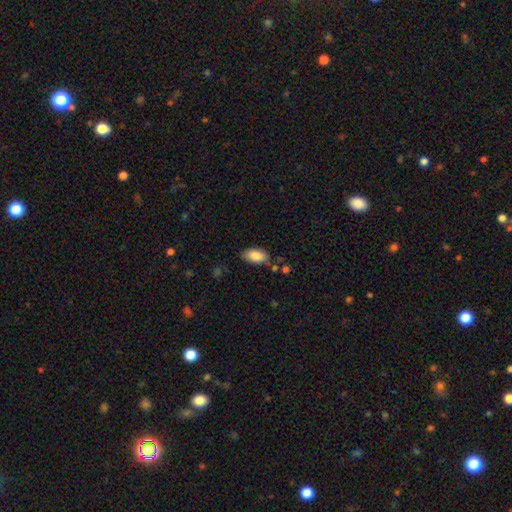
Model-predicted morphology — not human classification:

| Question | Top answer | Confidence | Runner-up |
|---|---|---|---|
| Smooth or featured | smooth | 86% | featured or disk (8%) |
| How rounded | in between | 93% | cigar-shaped (4%) |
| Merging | none | 77% | minor disturbance (16%) |